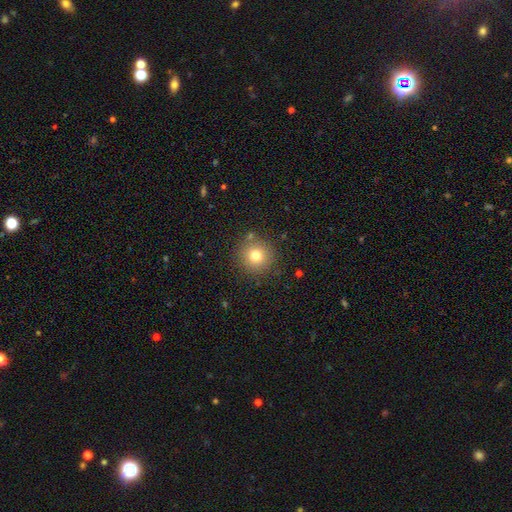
Smooth or featured? 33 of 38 (87%) said smooth. How rounded? 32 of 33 (97%) said round. Merging? 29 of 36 (81%) said none.